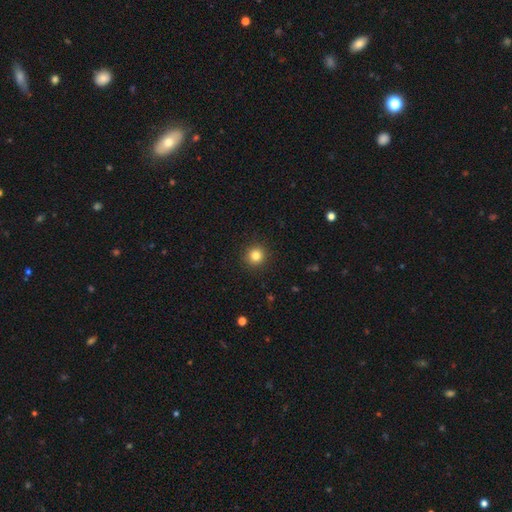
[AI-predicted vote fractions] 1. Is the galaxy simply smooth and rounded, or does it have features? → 83% smooth, 12% star or artifact, 5% featured or disk.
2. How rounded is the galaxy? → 95% round, 4% in between, 1% cigar-shaped.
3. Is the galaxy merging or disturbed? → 92% none, 5% minor disturbance, 2% major disturbance, 1% merger.